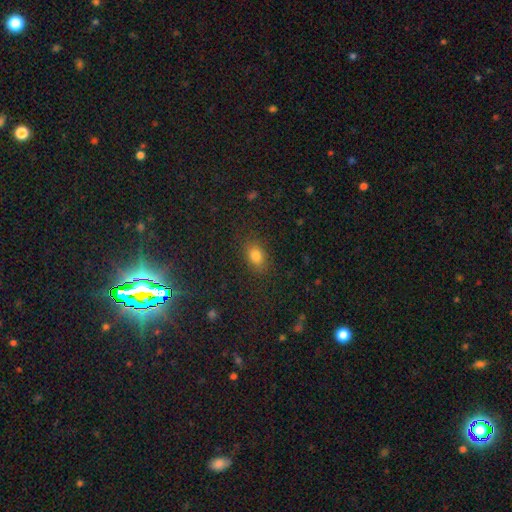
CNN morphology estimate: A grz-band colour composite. It shows a smooth galaxy with no disk features (80%) that is in between round and cigar-shaped (73%). Merging: none (84%).